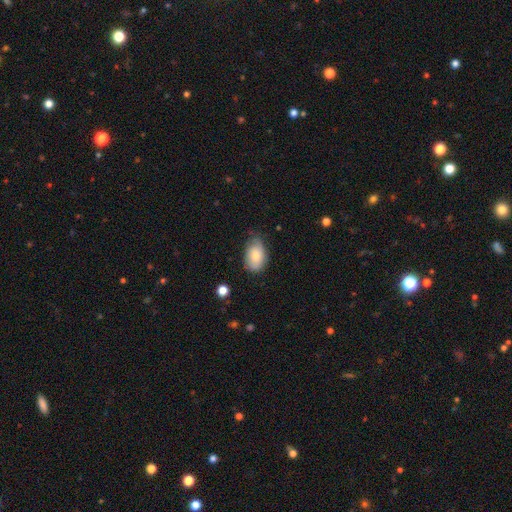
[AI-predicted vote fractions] Smooth or featured?
  - smooth: 77% *
  - featured or disk: 16%
  - star or artifact: 7%
How rounded?
  - in between: 89% *
  - round: 10%
  - cigar-shaped: 1%
Merging?
  - none: 57% *
  - minor disturbance: 35%
  - major disturbance: 7%
  - merger: 1%